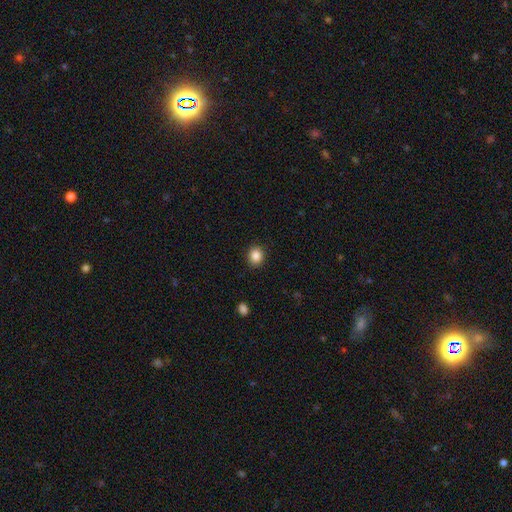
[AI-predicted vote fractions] Smooth or featured? smooth (85%)
How rounded? round (75%)
Merging? none (91%)